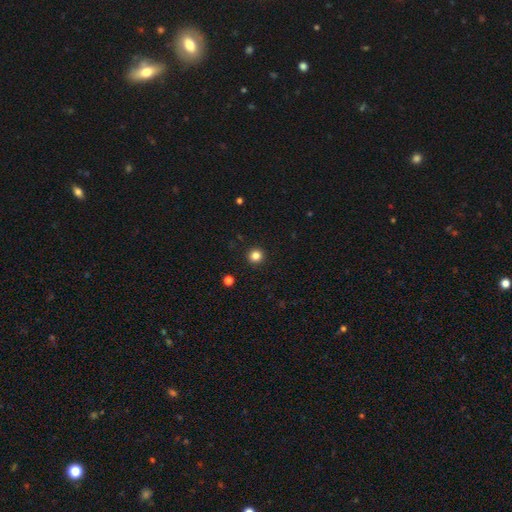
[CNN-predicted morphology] This appears to be a smooth galaxy with no disk features (84%) that is round (95%). Merging: none (93%).